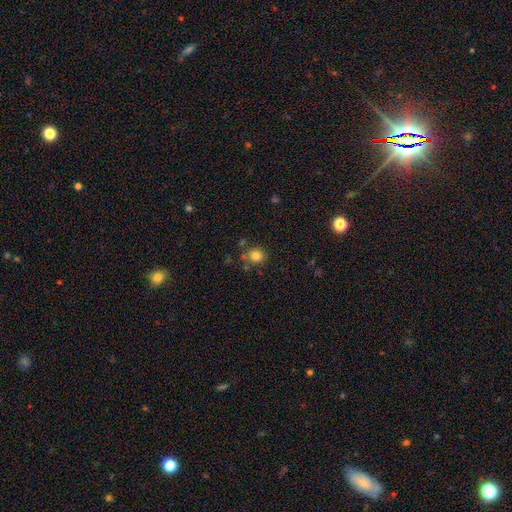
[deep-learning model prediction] Smooth or featured: smooth — 81% (star or artifact — 12%)
How rounded: round — 82% (in between — 17%)
Merging: none — 76% (minor disturbance — 13%)